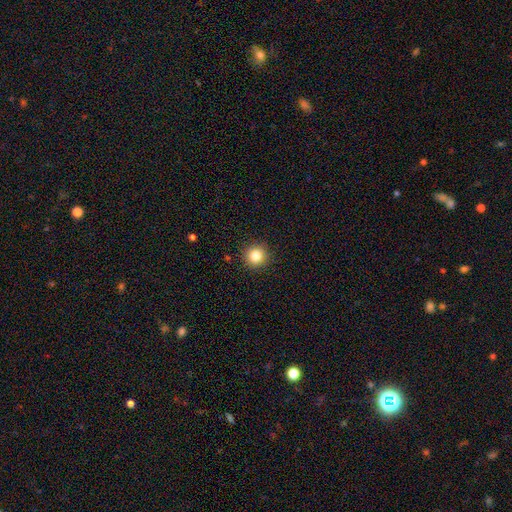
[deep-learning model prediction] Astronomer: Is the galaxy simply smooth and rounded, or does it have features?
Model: smooth — 83%.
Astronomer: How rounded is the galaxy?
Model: round — 94%.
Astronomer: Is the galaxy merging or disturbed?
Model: none — 92%.